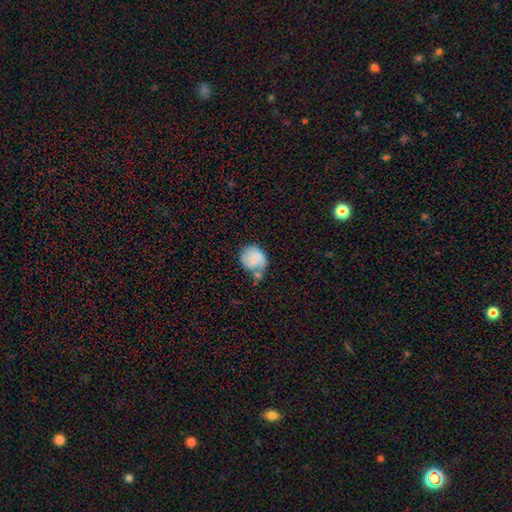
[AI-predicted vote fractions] Q: Smooth or featured?
A: smooth (64%); runner-up: featured or disk (28%)
Q: How rounded?
A: round (73%); runner-up: in between (26%)
Q: Merging?
A: none (39%); runner-up: minor disturbance (29%)